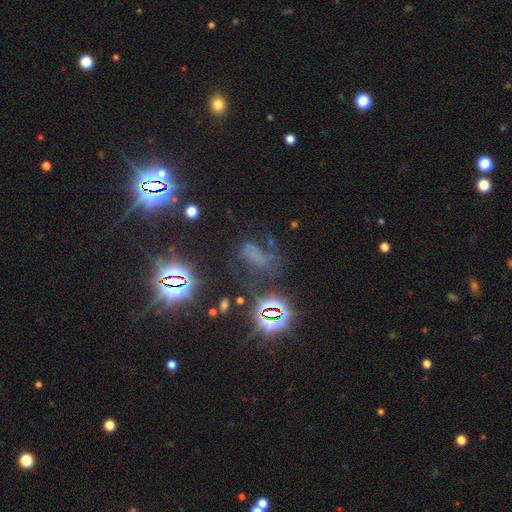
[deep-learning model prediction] Q: Smooth or featured?
A: star or artifact (50%); runner-up: smooth (29%)